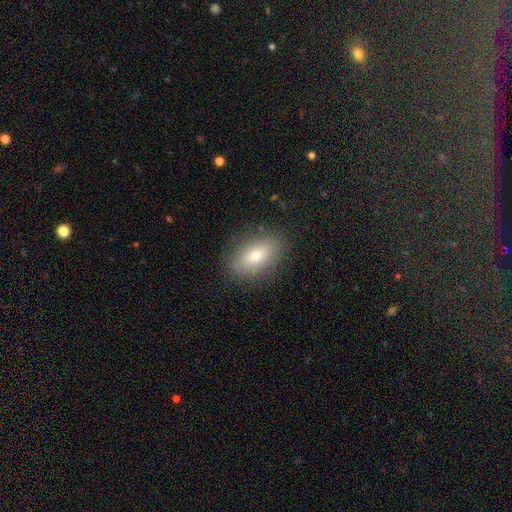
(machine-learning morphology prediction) This appears to be a smooth galaxy with no disk features (76%) that is in between round and cigar-shaped (87%). Merging: none (84%).